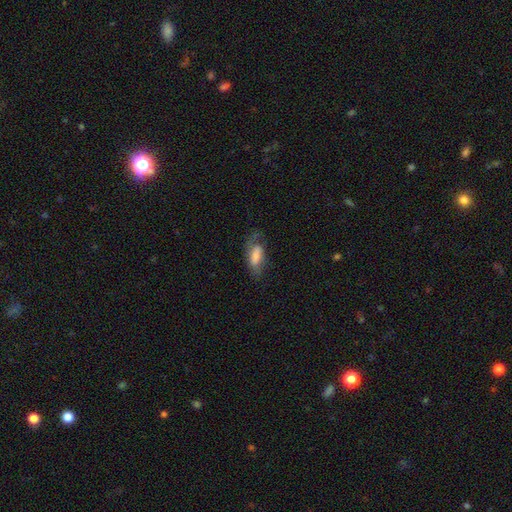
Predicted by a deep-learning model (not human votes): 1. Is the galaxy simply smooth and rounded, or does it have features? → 58% smooth, 34% featured or disk, 8% star or artifact.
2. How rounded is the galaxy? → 78% in between, 19% cigar-shaped, 3% round.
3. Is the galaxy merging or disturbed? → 48% none, 26% minor disturbance, 24% major disturbance, 2% merger.